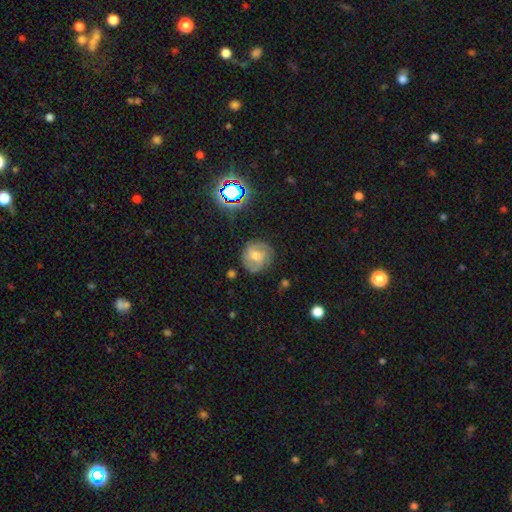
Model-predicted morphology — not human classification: The model was most divided on "bar": weak: 44%, no: 41%, strong: 15%. More confident: edge-on disk — no (97%); spiral arms — yes (84%); merging — none (77%); bulge size — moderate (58%); smooth or featured — featured or disk (56%).